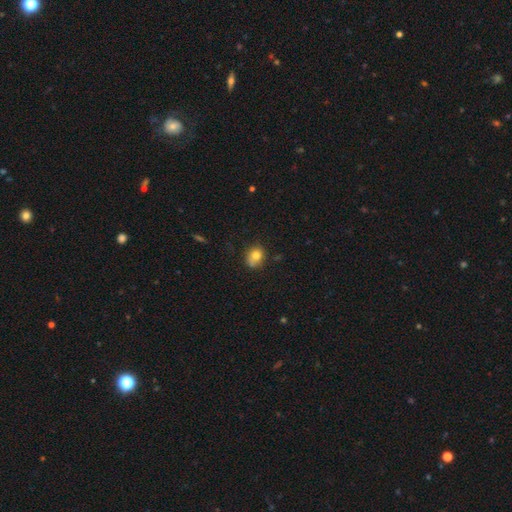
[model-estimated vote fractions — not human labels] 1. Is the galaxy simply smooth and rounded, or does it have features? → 77% smooth, 12% featured or disk, 11% star or artifact.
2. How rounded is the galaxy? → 56% round, 43% in between, 1% cigar-shaped.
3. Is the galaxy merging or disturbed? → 65% none, 25% minor disturbance, 6% major disturbance, 4% merger.